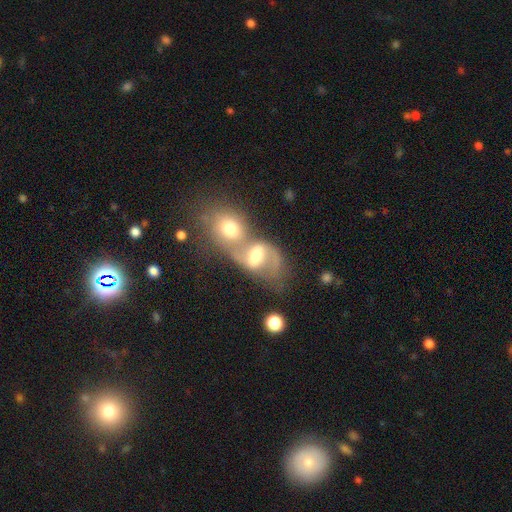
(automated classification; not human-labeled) A featured or disk galaxy (61%) with a weak bar (46%), spiral arms (75%) and a moderate central bulge (60%). Merging: merger (71%).